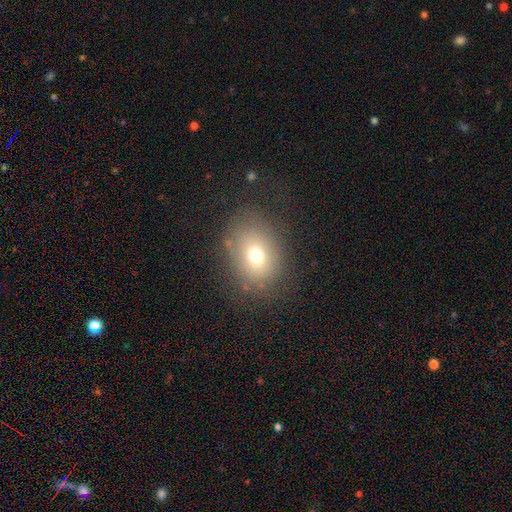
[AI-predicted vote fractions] Morphology: type=smooth (70%); roundness=in between (51%); merging=none (77%).